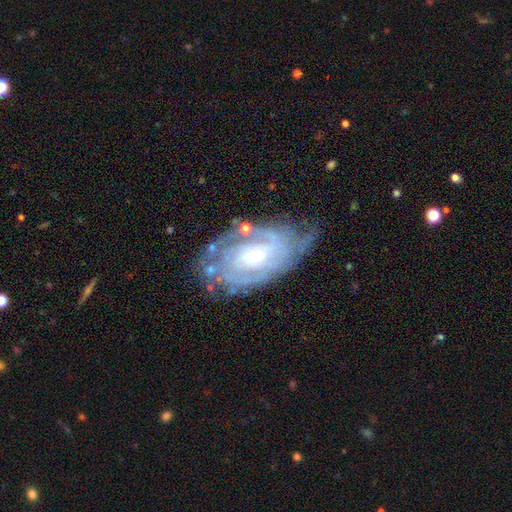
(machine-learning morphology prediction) This is clearly a featured or disk galaxy (86%). It is clearly not viewed edge-on (96%). Bar: likely no (65%). Spiral arm pattern: clearly yes (94%). Spiral arm count: marginally can't tell (37%). Spiral winding: likely tight (72%). Central bulge: likely small (75%). Merging: likely none (64%).